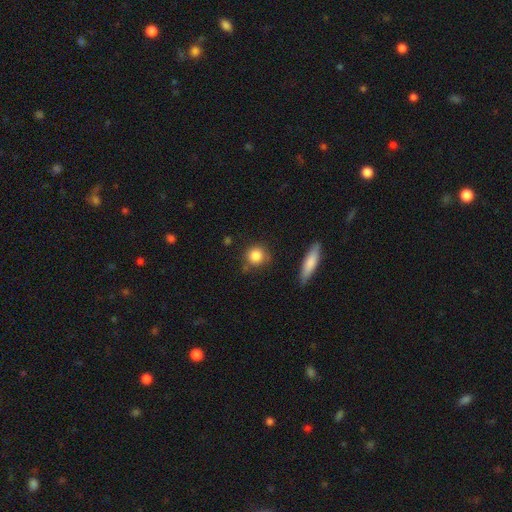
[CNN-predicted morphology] Q: Smooth or featured?
A: smooth (85%); runner-up: star or artifact (8%)
Q: How rounded?
A: round (85%); runner-up: in between (12%)
Q: Merging?
A: none (75%); runner-up: minor disturbance (15%)